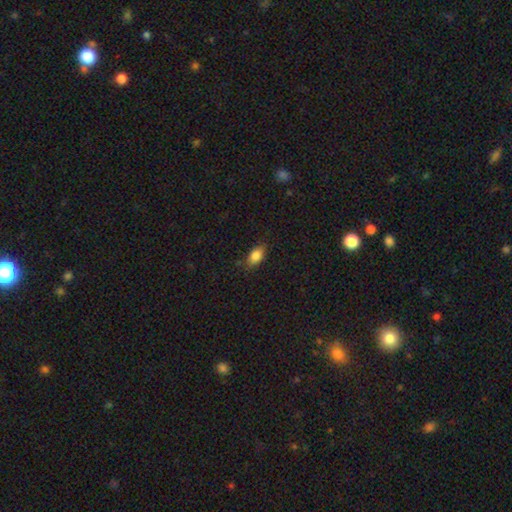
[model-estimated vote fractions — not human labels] Smooth or featured? smooth (84%)
How rounded? in between (88%)
Merging? none (80%)